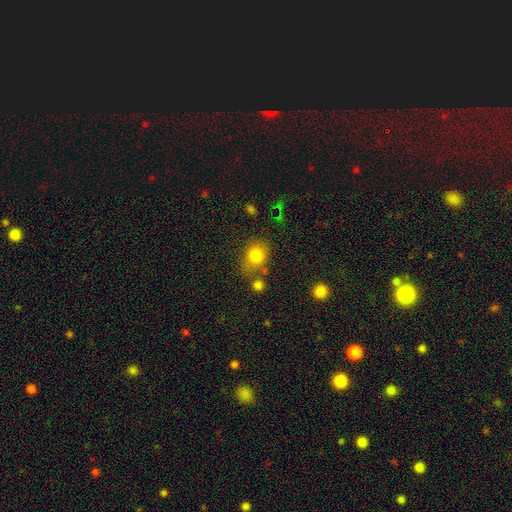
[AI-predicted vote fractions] Smooth or featured? smooth (80%)
How rounded? round (51%)
Merging? none (61%)